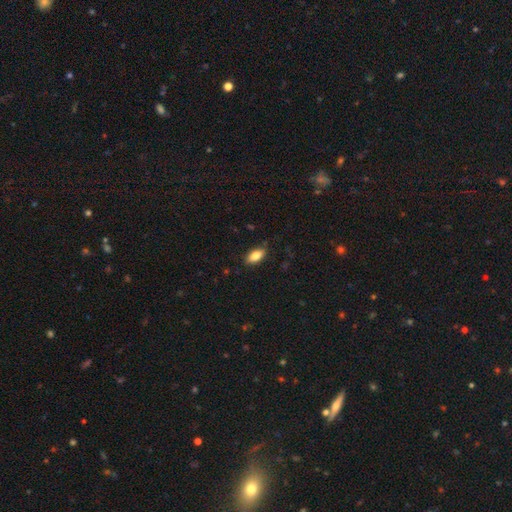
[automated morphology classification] Smooth or featured: smooth — 83% (featured or disk — 10%)
How rounded: in between — 88% (cigar-shaped — 8%)
Merging: none — 83% (minor disturbance — 13%)